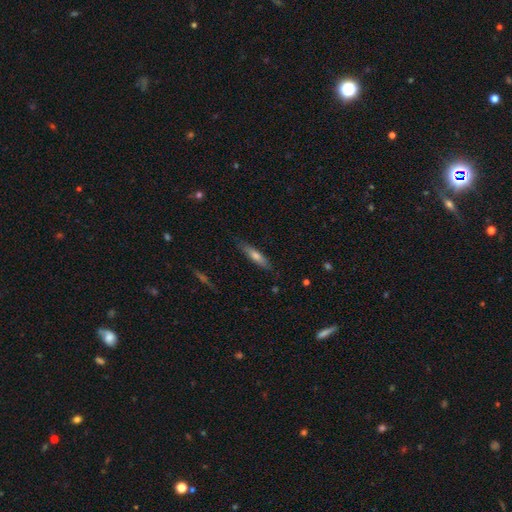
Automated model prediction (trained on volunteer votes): smooth-or-featured: smooth: 49% | featured or disk: 42% | star or artifact: 9%
  merging: none: 85% | minor disturbance: 11% | major disturbance: 2% | merger: 1%